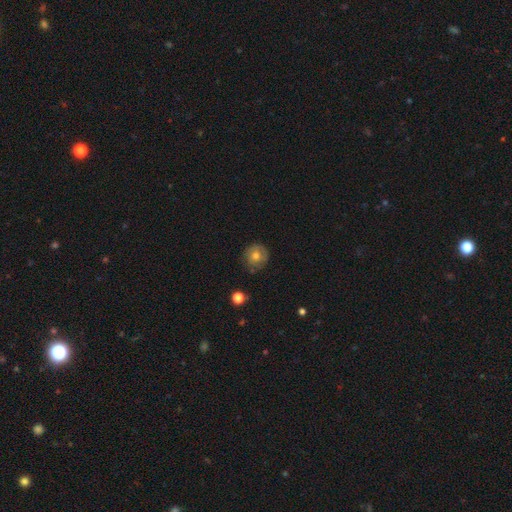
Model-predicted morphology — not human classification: This is likely a smooth galaxy (65%). How rounded: clearly round (90%). Merging: likely none (79%).